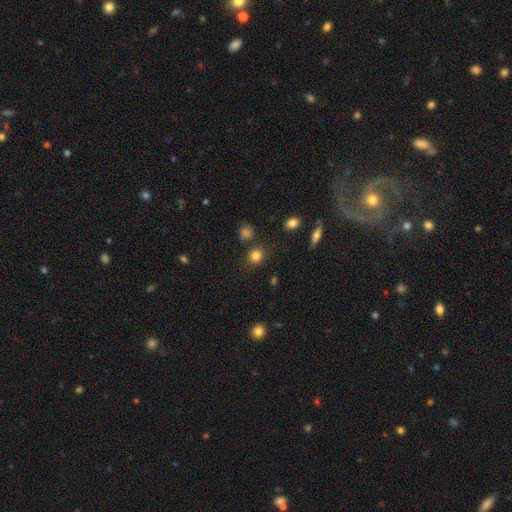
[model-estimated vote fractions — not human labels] smooth_or_featured: smooth (p=0.82) [alt: star or artifact p=0.13]
how_rounded: round (p=0.82) [alt: in between p=0.17]
merging: none (p=0.79) [alt: minor disturbance p=0.10]